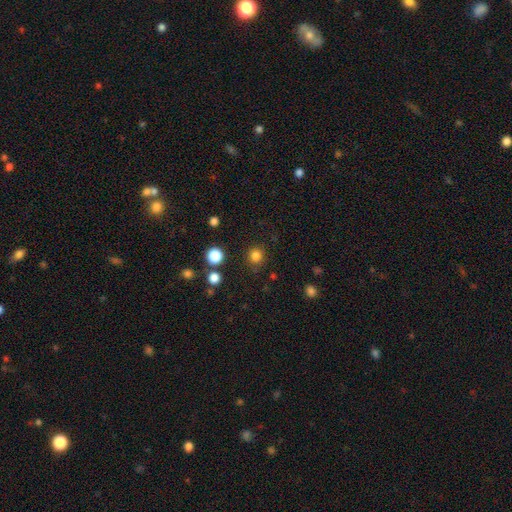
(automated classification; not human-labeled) Q: Smooth or featured?
A: smooth (82%); runner-up: star or artifact (14%)
Q: How rounded?
A: round (90%); runner-up: in between (9%)
Q: Merging?
A: none (87%); runner-up: minor disturbance (8%)